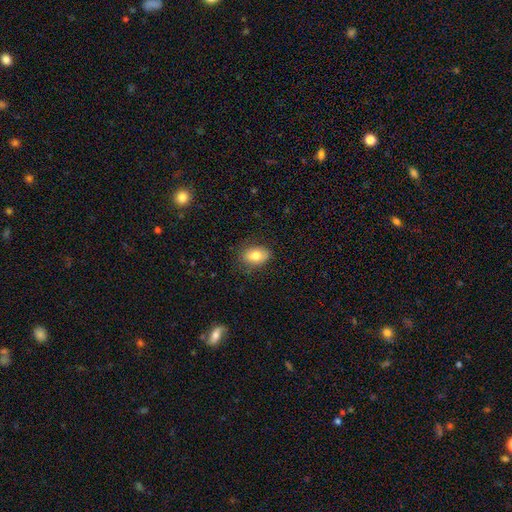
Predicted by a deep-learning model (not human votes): A smooth galaxy with no disk features (78%) that is in between round and cigar-shaped (79%). Merging: none (80%).